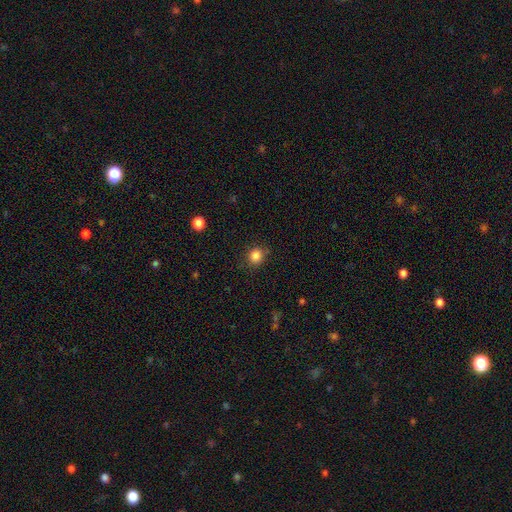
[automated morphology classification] smooth 85%, star or artifact 11%, featured or disk 4%. Down the decision tree: how rounded — round (81%); merging — none (82%).